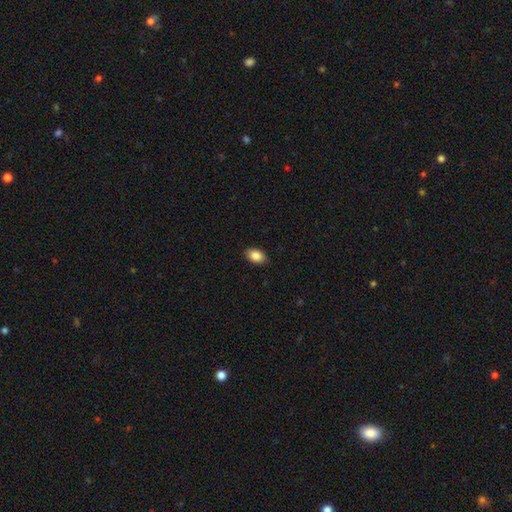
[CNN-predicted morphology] Smooth or featured: smooth — 87% (star or artifact — 8%)
How rounded: in between — 88% (round — 11%)
Merging: none — 89% (minor disturbance — 8%)